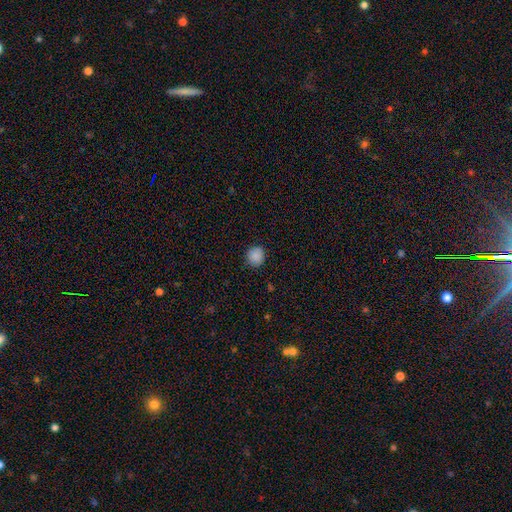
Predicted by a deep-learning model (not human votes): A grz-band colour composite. It shows a smooth galaxy with no disk features (88%) that is round (89%). Merging: none (89%).